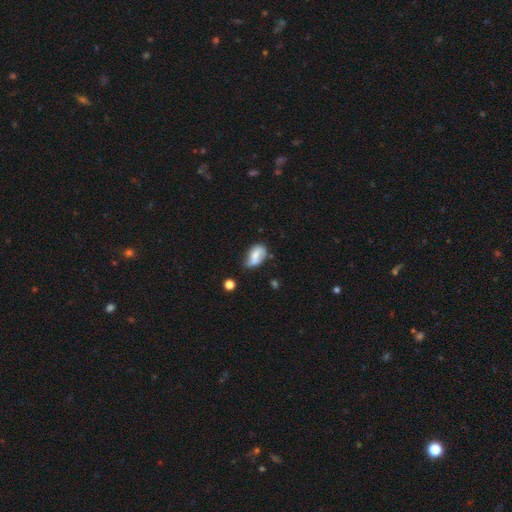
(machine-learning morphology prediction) The model was most divided on "merging": none: 44%, minor disturbance: 35%, major disturbance: 14%, merger: 7%. More confident: how rounded — in between (86%); smooth or featured — smooth (53%).